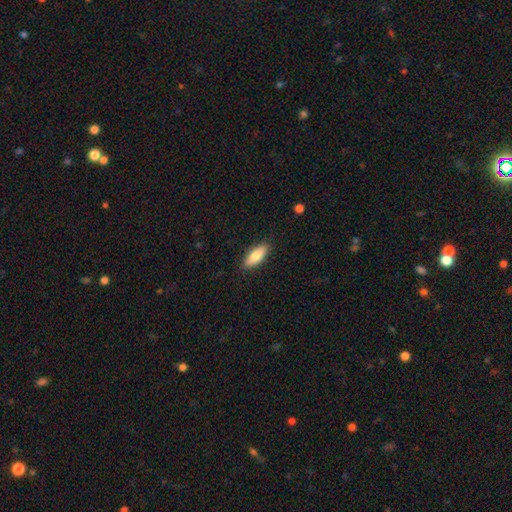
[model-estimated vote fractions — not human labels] The model was most divided on "how rounded": in between: 74%, cigar-shaped: 24%, round: 2%. More confident: merging — none (88%); smooth or featured — smooth (78%).